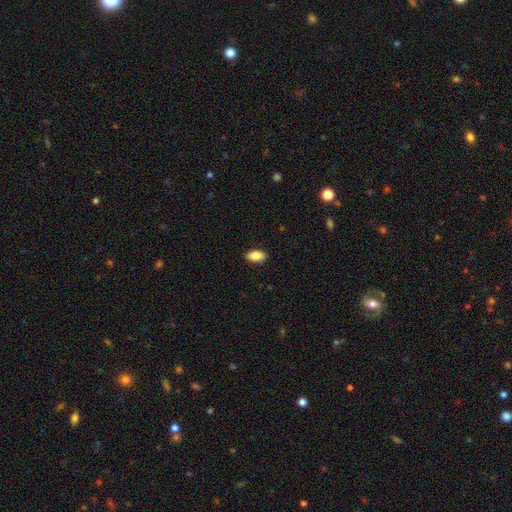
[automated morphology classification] Smooth or featured? Predicted: smooth (p=0.84). How rounded? Predicted: in between (p=0.92). Merging? Predicted: none (p=0.90).